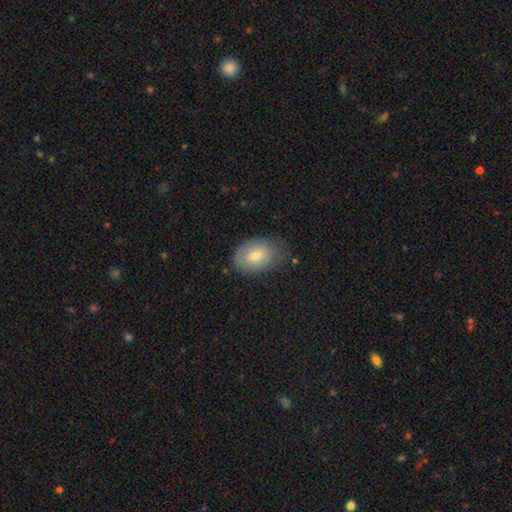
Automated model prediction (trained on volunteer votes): Morphology: type=smooth (65%); roundness=in between (82%); merging=none (63%).